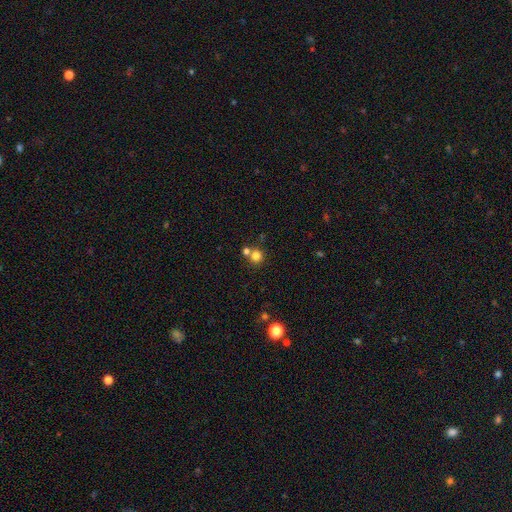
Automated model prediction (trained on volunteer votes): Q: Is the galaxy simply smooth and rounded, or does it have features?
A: smooth — 78%.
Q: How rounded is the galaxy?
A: round — 92%.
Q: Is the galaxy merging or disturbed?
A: none — 66%.